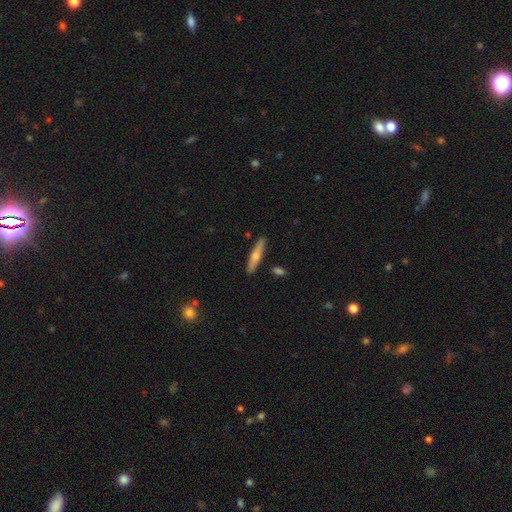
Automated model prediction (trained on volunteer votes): A smooth galaxy with no disk features (58%) that is cigar-shaped (86%).

Vote fractions:
- Smooth or featured? smooth: 58% / featured or disk: 36% / star or artifact: 6%
- How rounded? cigar-shaped: 86% / in between: 12% / round: 2%
- Merging? none: 87% / minor disturbance: 8% / merger: 3% / major disturbance: 2%